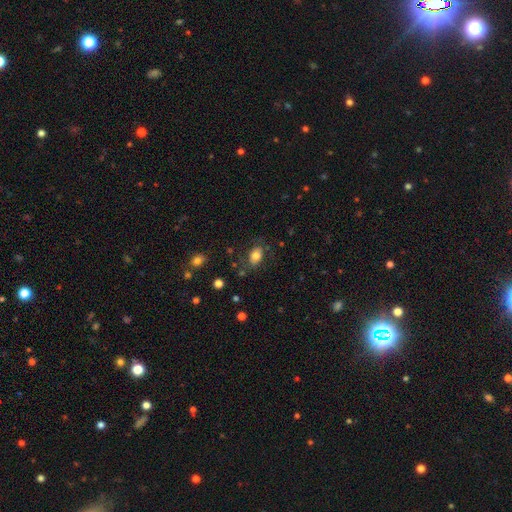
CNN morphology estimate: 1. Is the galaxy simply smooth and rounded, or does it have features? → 75% smooth, 15% featured or disk, 9% star or artifact.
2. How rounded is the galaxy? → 80% in between, 18% round, 1% cigar-shaped.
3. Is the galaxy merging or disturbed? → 73% none, 17% minor disturbance, 7% major disturbance, 3% merger.